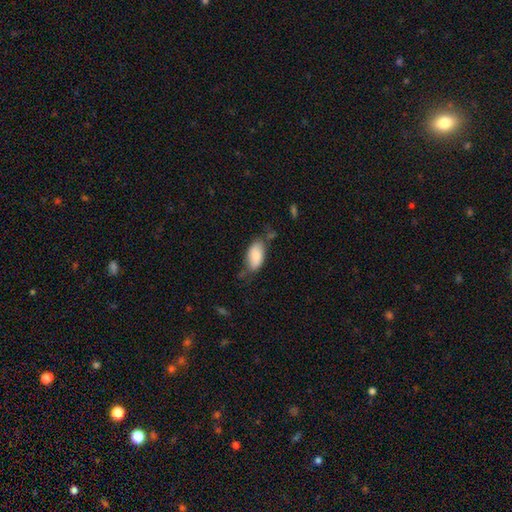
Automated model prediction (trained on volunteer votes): This appears to be a smooth galaxy with no disk features (81%) that is in between round and cigar-shaped (94%). Merging: none (56%).